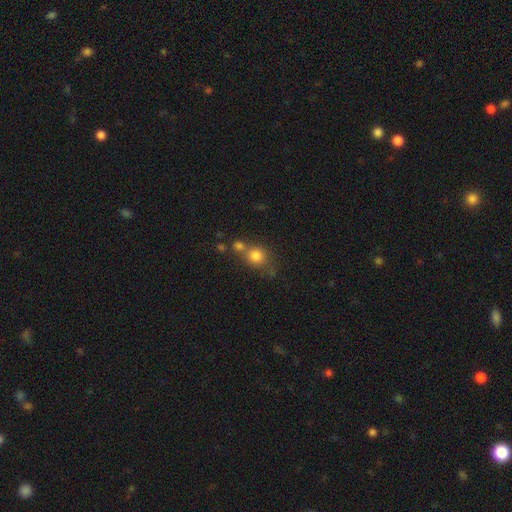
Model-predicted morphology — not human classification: smooth 79%, star or artifact 12%, featured or disk 9%. Down the decision tree: how rounded — round (81%); merging — none (46%).